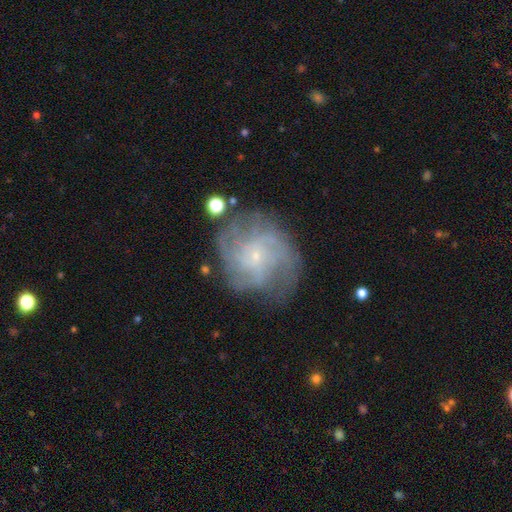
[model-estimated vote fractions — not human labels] Smooth or featured: featured or disk — 78% (smooth — 13%)
Edge-on disk: no — 98% (yes — 2%)
Bar: no — 73% (weak — 23%)
Spiral arms: yes — 92% (no — 8%)
Spiral winding: tight — 48% (medium — 38%)
Spiral arm count: can't tell — 30% (4 — 27%)
Bulge size: small — 85% (moderate — 8%)
Merging: none — 67% (minor disturbance — 19%)